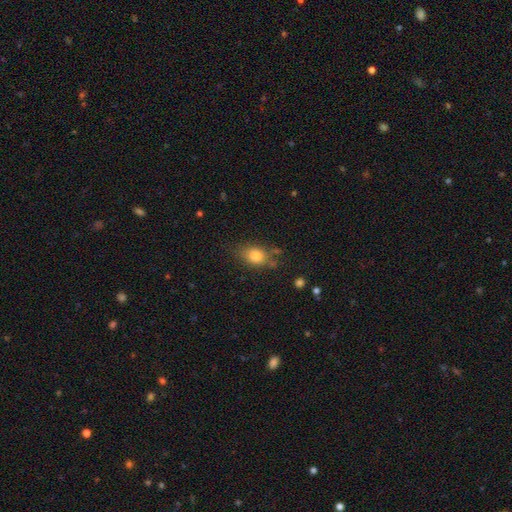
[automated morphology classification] This is clearly a smooth galaxy (80%). How rounded: likely in between (69%). Merging: likely none (67%).